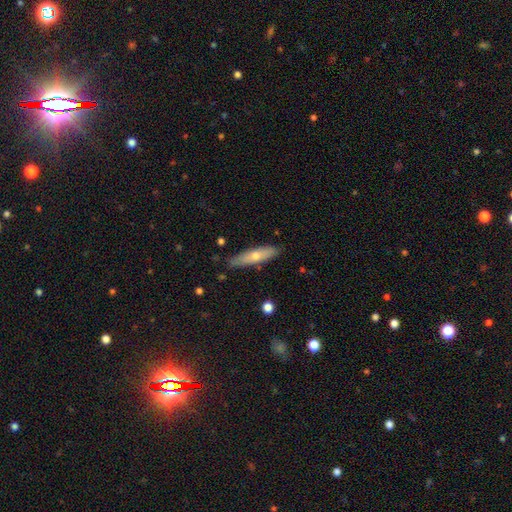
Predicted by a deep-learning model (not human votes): smooth-or-featured: smooth: 54% | featured or disk: 39% | star or artifact: 6%
  how-rounded: cigar-shaped: 78% | in between: 21% | round: 2%
  merging: none: 86% | minor disturbance: 11% | major disturbance: 2% | merger: 2%